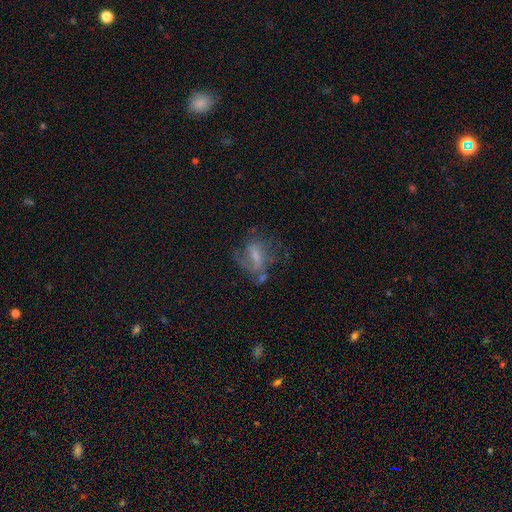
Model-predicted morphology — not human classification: This appears to be a featured or disk galaxy (58%) with a weak bar (45%), spiral arms (63%) and a small central bulge (40%). Merging: none (38%).